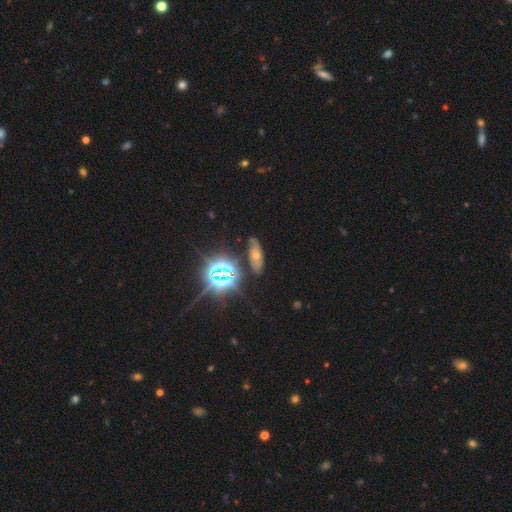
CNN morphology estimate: Smooth or featured? star or artifact (37%)